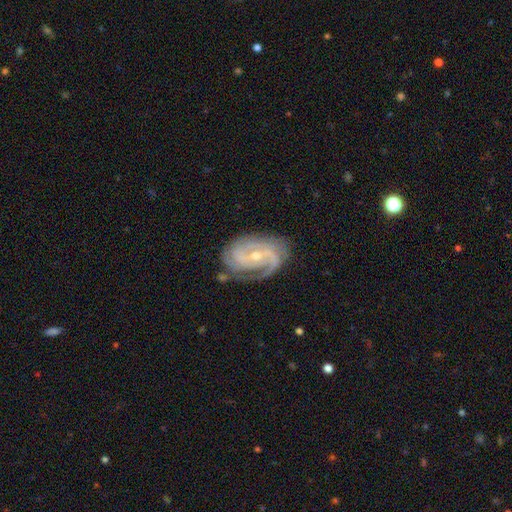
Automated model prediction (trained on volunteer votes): The model was most divided on "bar": no: 42%, weak: 40%, strong: 18%. Remaining: spiral arms — yes (98%); edge-on disk — no (97%); smooth or featured — featured or disk (90%); merging — none (73%); bulge size — small (63%); spiral winding — tight (53%); spiral arm count — 2 (45%).